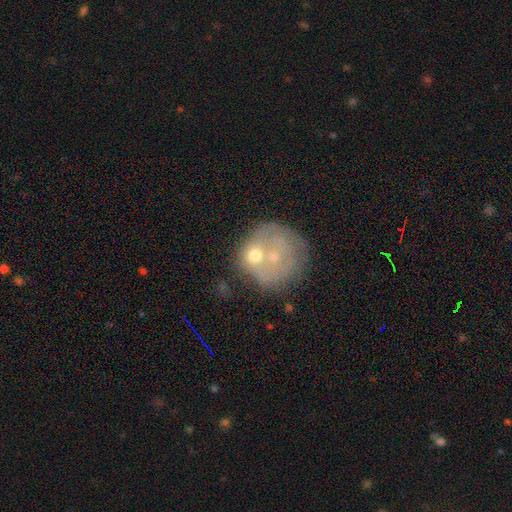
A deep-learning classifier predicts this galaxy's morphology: Q: Smooth or featured?
A: featured or disk (47%); runner-up: smooth (44%)
Q: Merging?
A: merger (45%); runner-up: none (30%)